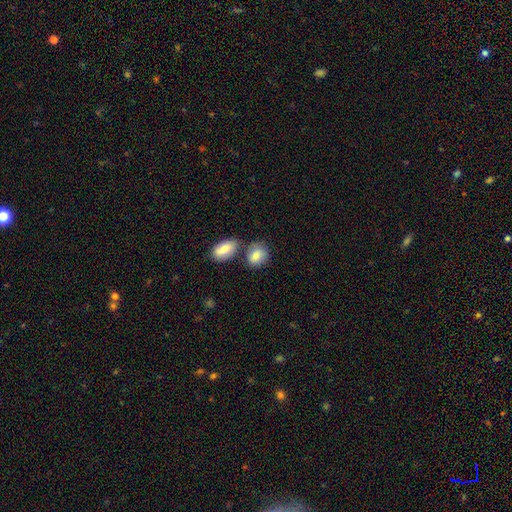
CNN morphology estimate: smooth 82%, featured or disk 11%, star or artifact 7%. Down the decision tree: how rounded — round (57%); merging — none (58%).